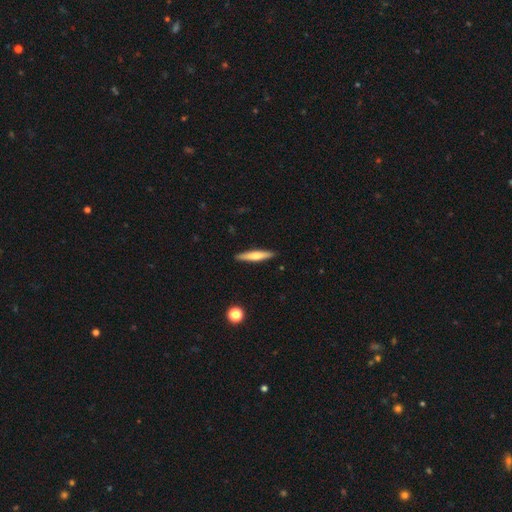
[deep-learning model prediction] The model was most divided on "smooth or featured": smooth: 57%, featured or disk: 37%, star or artifact: 6%. More confident: merging — none (91%); how rounded — cigar-shaped (90%).